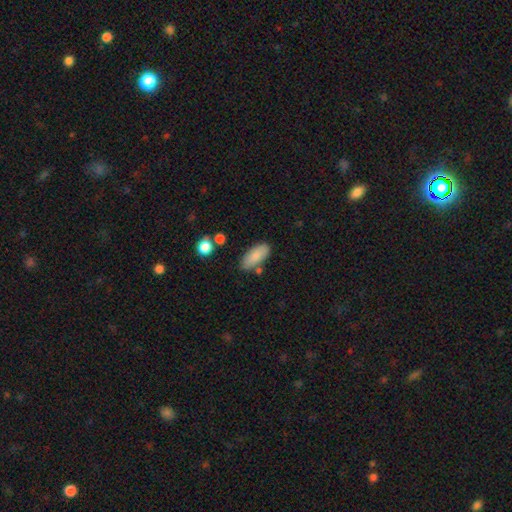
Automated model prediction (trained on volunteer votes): Smooth or featured?
  - smooth: 83% *
  - featured or disk: 10%
  - star or artifact: 7%
How rounded?
  - in between: 85% *
  - cigar-shaped: 13%
  - round: 2%
Merging?
  - none: 76% *
  - minor disturbance: 15%
  - merger: 6%
  - major disturbance: 3%